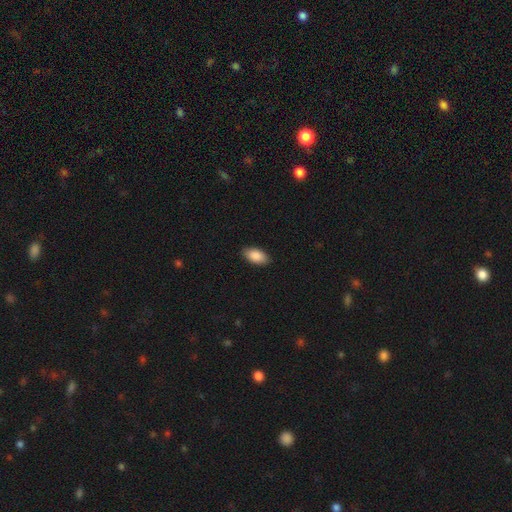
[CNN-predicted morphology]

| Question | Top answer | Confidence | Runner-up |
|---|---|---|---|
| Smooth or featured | smooth | 89% | star or artifact (6%) |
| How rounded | in between | 94% | cigar-shaped (3%) |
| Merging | none | 88% | minor disturbance (9%) |